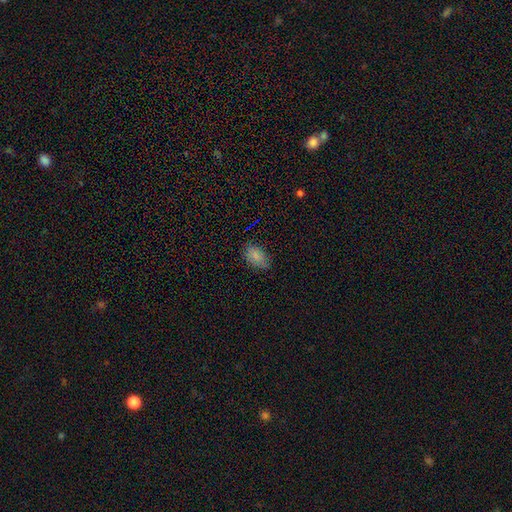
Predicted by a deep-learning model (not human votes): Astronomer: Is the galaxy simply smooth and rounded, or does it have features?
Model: smooth — 78%.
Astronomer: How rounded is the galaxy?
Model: in between — 90%.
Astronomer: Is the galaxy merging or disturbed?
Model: none — 75%.